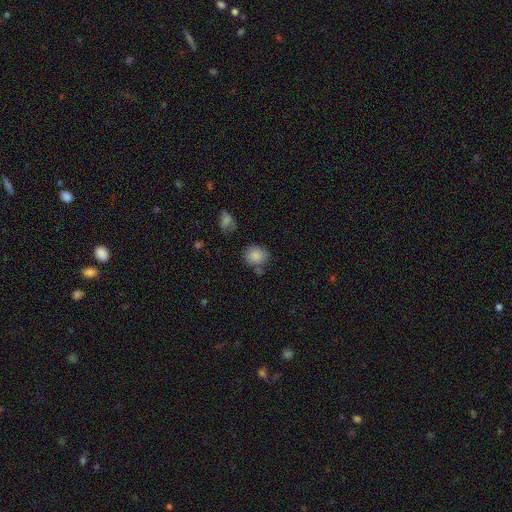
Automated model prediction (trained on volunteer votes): Q: Smooth or featured?
A: smooth (85%); runner-up: star or artifact (9%)
Q: How rounded?
A: round (74%); runner-up: in between (25%)
Q: Merging?
A: none (70%); runner-up: minor disturbance (17%)